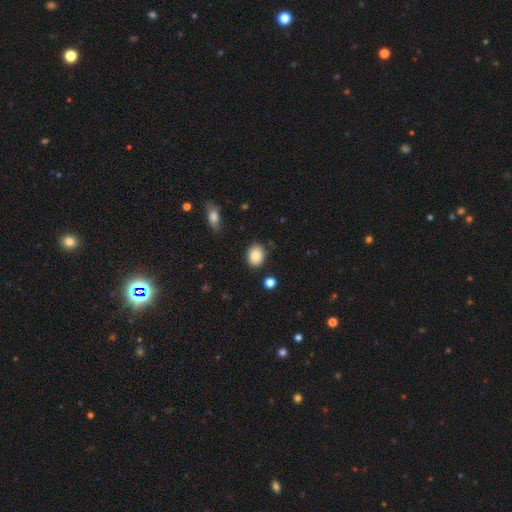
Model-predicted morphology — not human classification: A smooth galaxy with no disk features (85%) that is in between round and cigar-shaped (65%). Merging: none (83%).